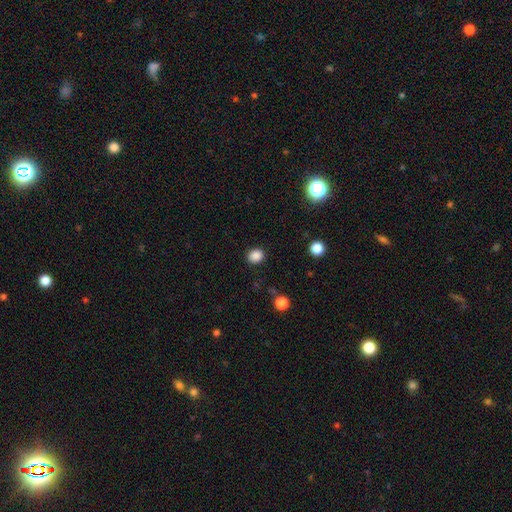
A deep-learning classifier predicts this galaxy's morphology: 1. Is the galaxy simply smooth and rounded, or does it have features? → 86% smooth, 11% star or artifact, 3% featured or disk.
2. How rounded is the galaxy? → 68% round, 31% in between, 1% cigar-shaped.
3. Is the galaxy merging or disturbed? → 89% none, 7% minor disturbance, 2% major disturbance, 1% merger.